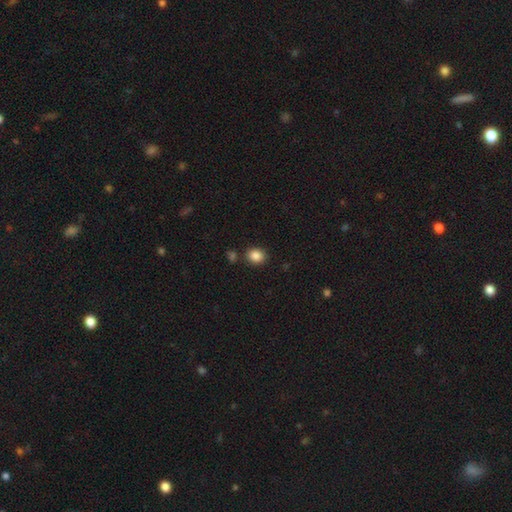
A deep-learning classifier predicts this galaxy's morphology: Smooth or featured?
  - smooth: 86% *
  - star or artifact: 10%
  - featured or disk: 4%
How rounded?
  - round: 62% *
  - in between: 37%
  - cigar-shaped: 1%
Merging?
  - none: 84% *
  - minor disturbance: 8%
  - merger: 5%
  - major disturbance: 3%